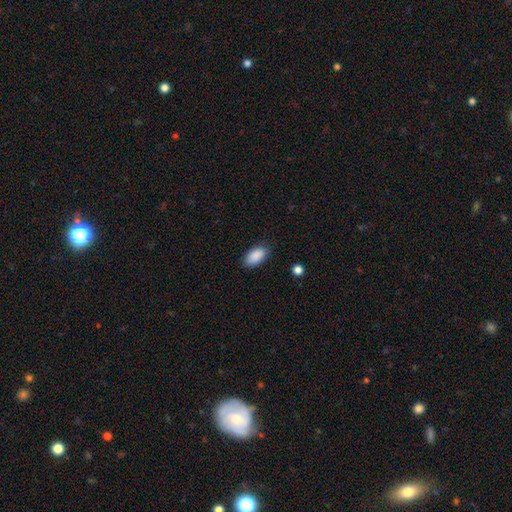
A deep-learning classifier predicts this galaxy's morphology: Overall: smooth (90%). How rounded: in between (94%). Merging: none (85%).